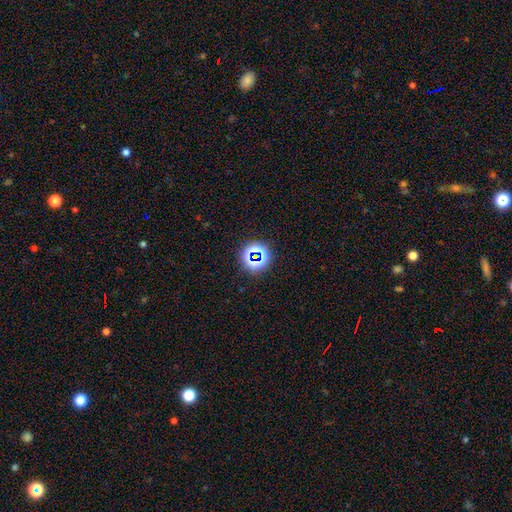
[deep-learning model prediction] smooth-or-featured: star or artifact: 64% | smooth: 26% | featured or disk: 10%